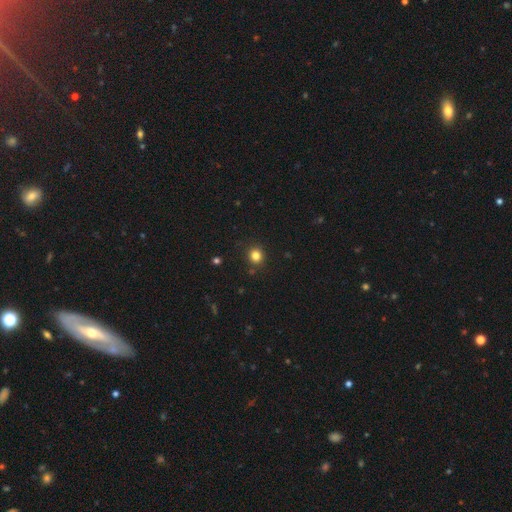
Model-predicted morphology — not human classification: type=smooth (82%); roundness=round (89%); merging=none (90%).